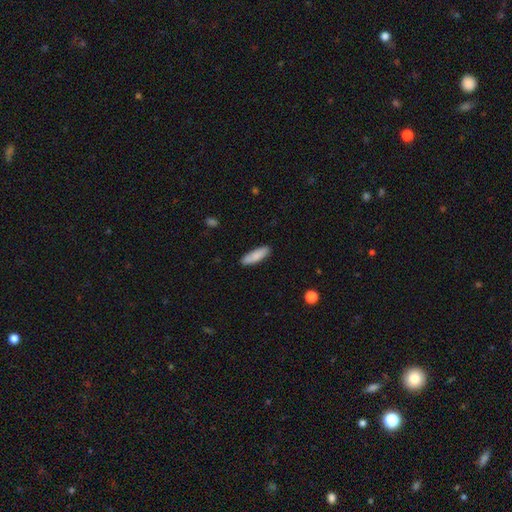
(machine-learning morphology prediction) A smooth galaxy with no disk features (84%) that is in between round and cigar-shaped (50%).

Vote fractions:
- Smooth or featured? smooth: 84% / featured or disk: 10% / star or artifact: 6%
- How rounded? in between: 50% / cigar-shaped: 49% / round: 2%
- Merging? none: 85% / minor disturbance: 11% / major disturbance: 2% / merger: 2%